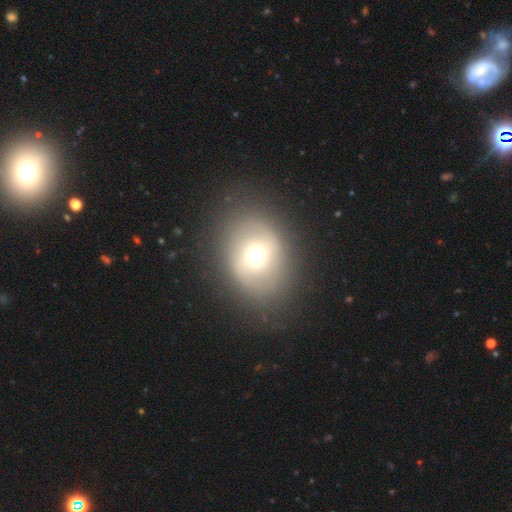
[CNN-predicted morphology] Smooth or featured? smooth (56%)
How rounded? in between (50%)
Merging? none (80%)